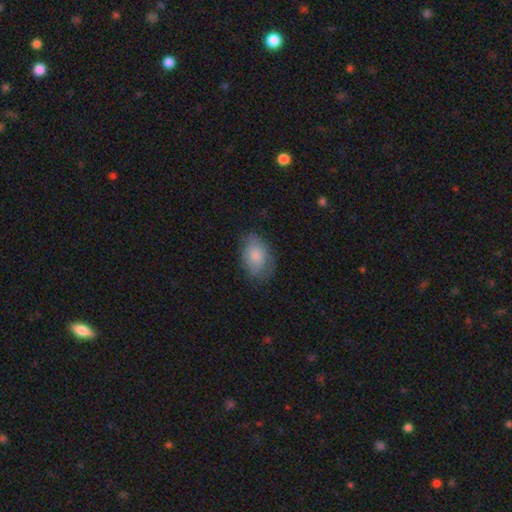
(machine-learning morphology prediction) Smooth or featured? Predicted: smooth (p=0.80). How rounded? Predicted: in between (p=0.85). Merging? Predicted: none (p=0.68).